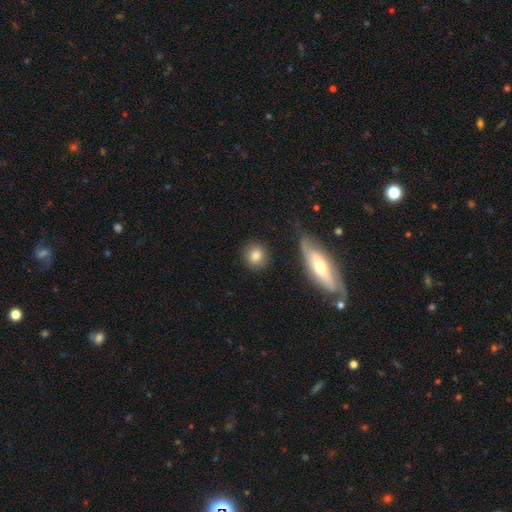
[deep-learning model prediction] A smooth galaxy with no disk features (81%) that is round (86%).

Vote fractions:
- Smooth or featured? smooth: 81% / featured or disk: 10% / star or artifact: 9%
- How rounded? round: 86% / in between: 12% / cigar-shaped: 2%
- Merging? none: 86% / minor disturbance: 8% / merger: 3% / major disturbance: 3%